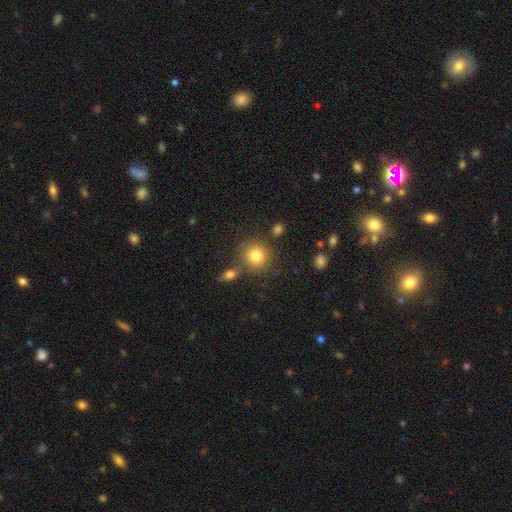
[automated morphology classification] This is clearly a smooth galaxy (82%). How rounded: clearly round (85%). Merging: likely none (76%).